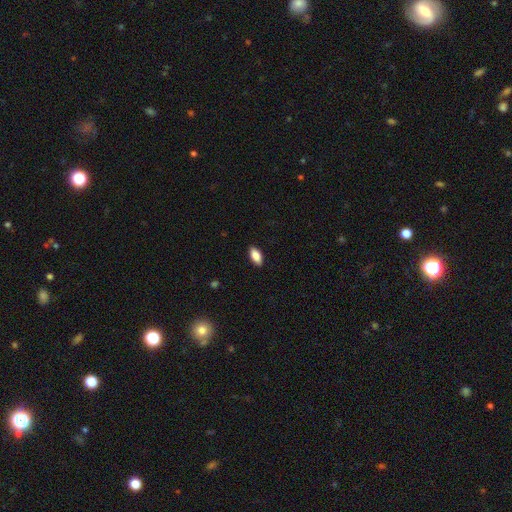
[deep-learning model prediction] Smooth or featured? smooth (85%)
How rounded? in between (88%)
Merging? none (88%)